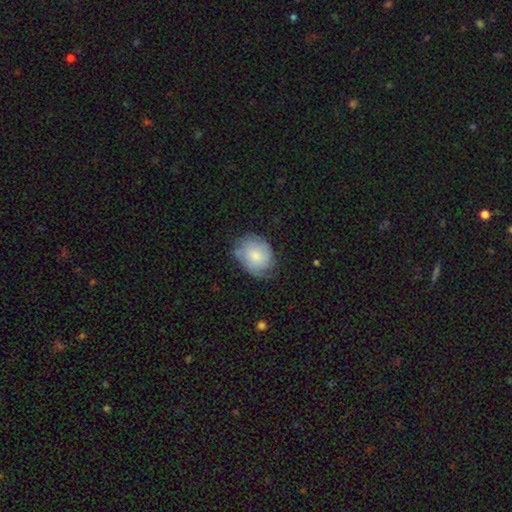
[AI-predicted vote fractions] smooth 69%, featured or disk 24%, star or artifact 7%. Down the decision tree: how rounded — in between (53%); merging — none (55%).